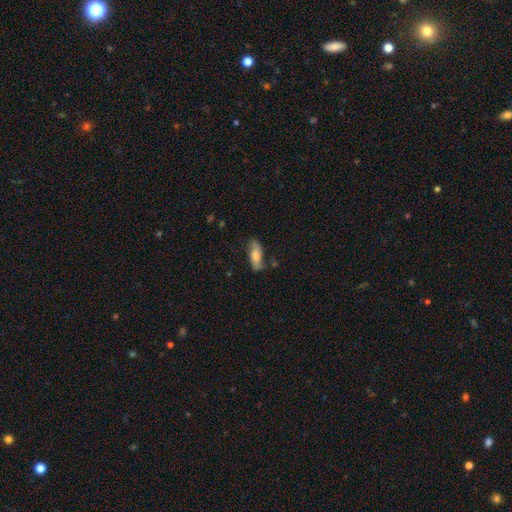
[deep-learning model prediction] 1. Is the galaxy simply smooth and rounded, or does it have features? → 64% smooth, 30% featured or disk, 7% star or artifact.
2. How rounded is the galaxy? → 69% in between, 28% cigar-shaped, 3% round.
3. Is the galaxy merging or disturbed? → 70% none, 21% minor disturbance, 6% major disturbance, 4% merger.